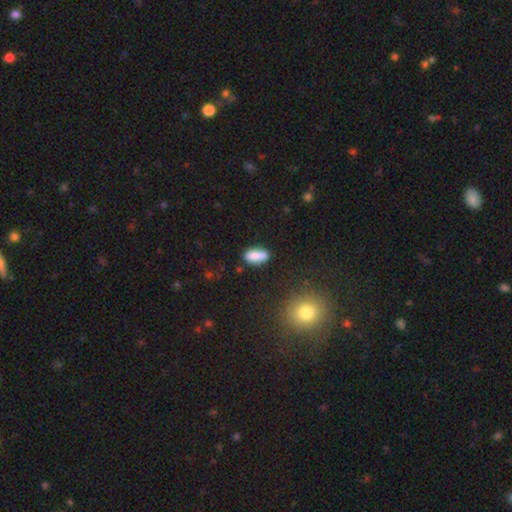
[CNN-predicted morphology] Overall: smooth (83%). How rounded: in between (79%). Merging: none (72%).